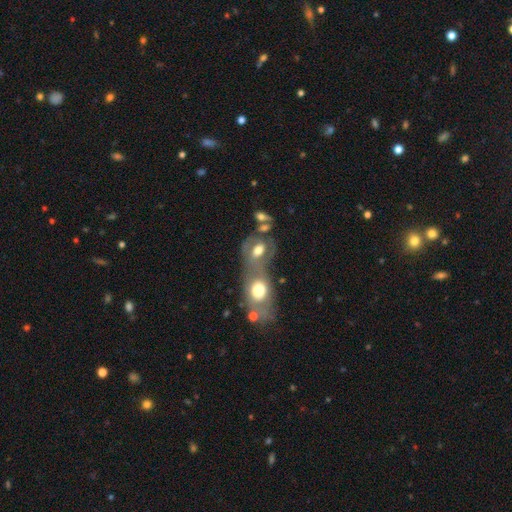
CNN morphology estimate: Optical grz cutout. It shows a smooth galaxy with no disk features (45%). Merging: merger (61%).